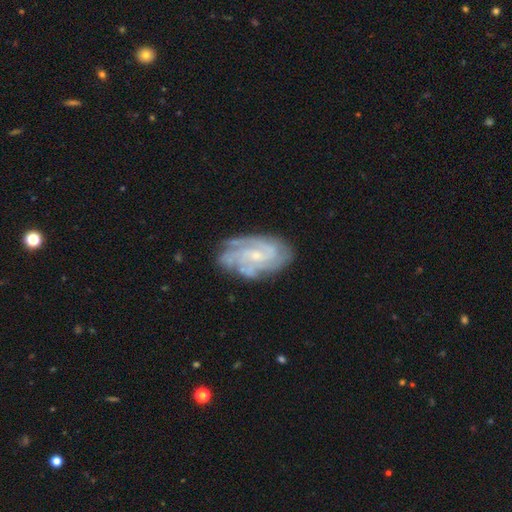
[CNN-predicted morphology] Smooth or featured? featured or disk (85%)
Edge-on disk? no (96%)
Bar? no (55%)
Spiral arms? yes (96%)
Spiral winding? tight (61%)
Spiral arm count? can't tell (27%)
Bulge size? small (72%)
Merging? none (74%)